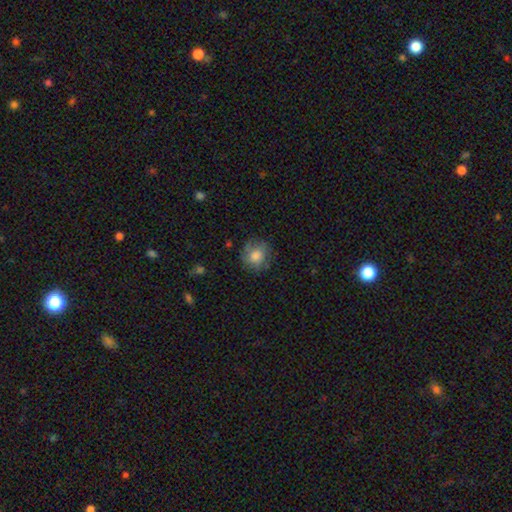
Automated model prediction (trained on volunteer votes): The model was most divided on "merging": none: 72%, minor disturbance: 20%, major disturbance: 7%, merger: 2%. More confident: how rounded — round (79%); smooth or featured — smooth (76%).